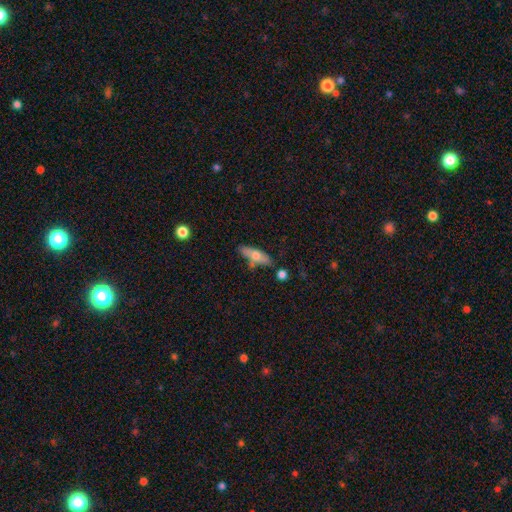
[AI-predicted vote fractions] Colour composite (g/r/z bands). It shows a smooth galaxy with no disk features (60%) that is in between round and cigar-shaped (54%). Merging: none (68%).